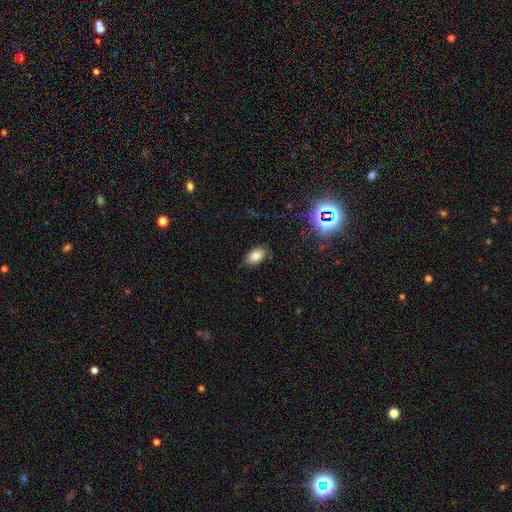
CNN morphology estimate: smooth-or-featured: smooth: 81% | star or artifact: 11% | featured or disk: 8%
  how-rounded: in between: 91% | round: 7% | cigar-shaped: 2%
  merging: none: 82% | minor disturbance: 14% | major disturbance: 3% | merger: 1%